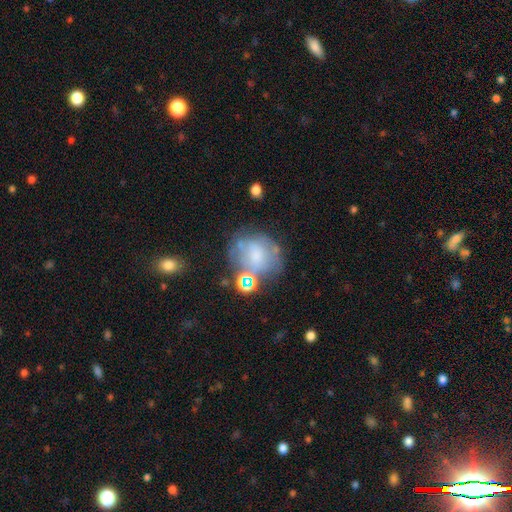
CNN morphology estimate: smooth_or_featured: featured or disk (p=0.43) [alt: smooth p=0.42]
merging: none (p=0.43) [alt: minor disturbance p=0.23]